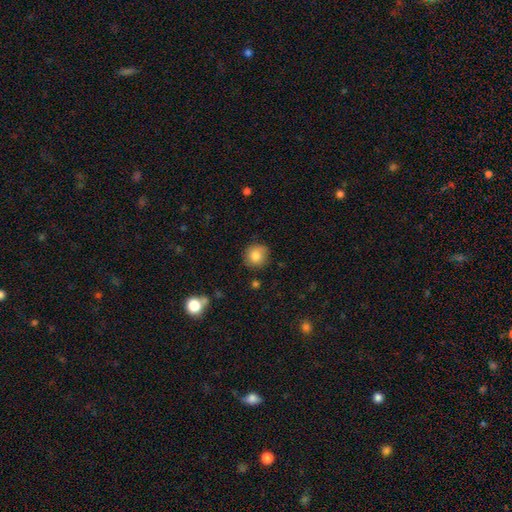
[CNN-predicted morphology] Smooth or featured: smooth — 83% (star or artifact — 10%)
How rounded: round — 88% (in between — 11%)
Merging: none — 82% (minor disturbance — 13%)